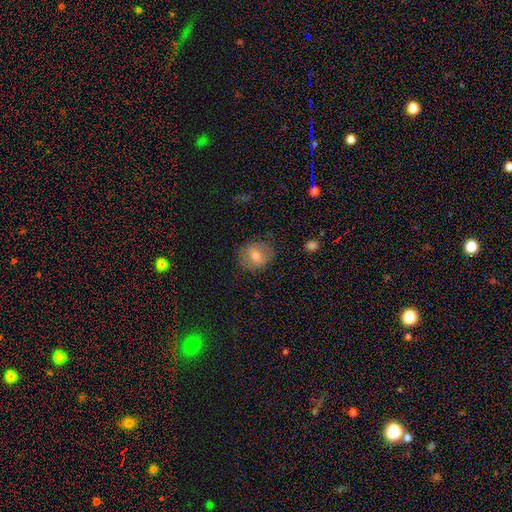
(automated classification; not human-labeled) Morphology: type=smooth (67%); roundness=round (65%); merging=none (81%).